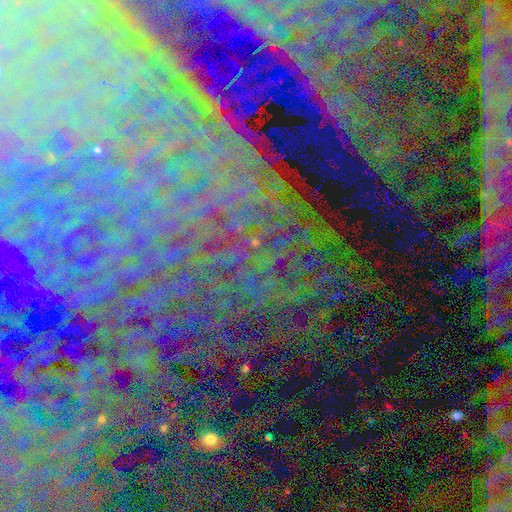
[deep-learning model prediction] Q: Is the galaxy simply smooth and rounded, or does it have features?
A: star or artifact — 82%.